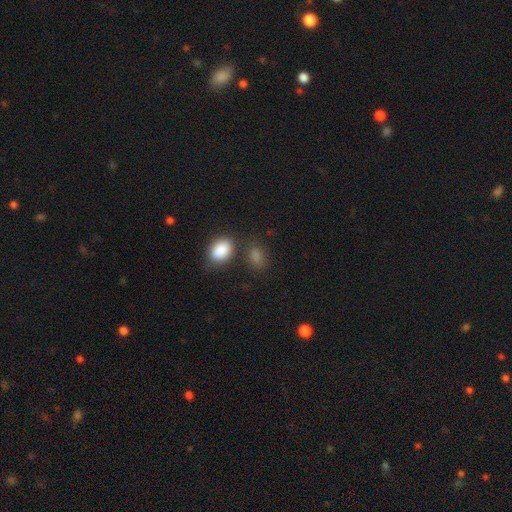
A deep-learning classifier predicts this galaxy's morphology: smooth 80%, star or artifact 14%, featured or disk 6%. Down the decision tree: how rounded — in between (76%); merging — none (65%).